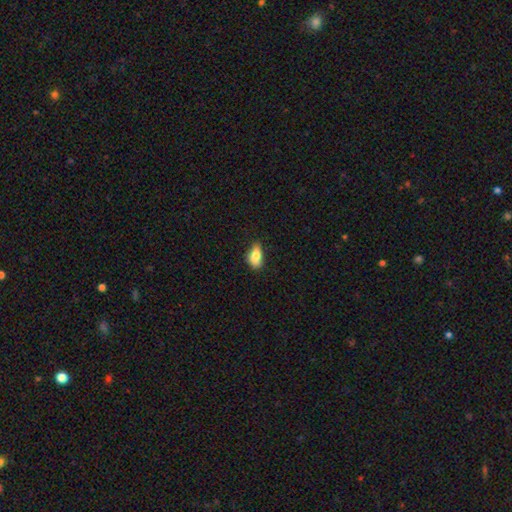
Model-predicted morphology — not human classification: smooth 81%, featured or disk 11%, star or artifact 8%. Down the decision tree: how rounded — in between (88%); merging — none (63%).